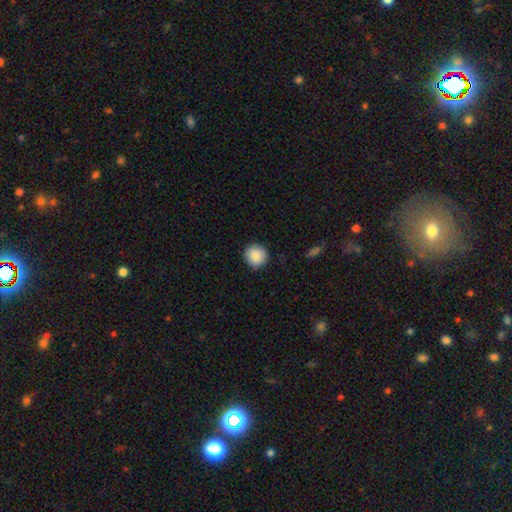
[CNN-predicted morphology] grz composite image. It shows a smooth galaxy with no disk features (87%) that is round (92%). Merging: none (87%).